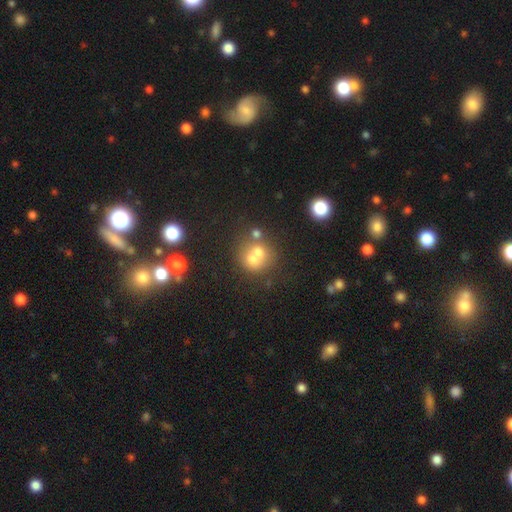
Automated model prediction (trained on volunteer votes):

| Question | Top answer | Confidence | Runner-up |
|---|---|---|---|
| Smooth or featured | smooth | 60% | featured or disk (25%) |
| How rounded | round | 81% | in between (18%) |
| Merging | merger | 54% | none (34%) |